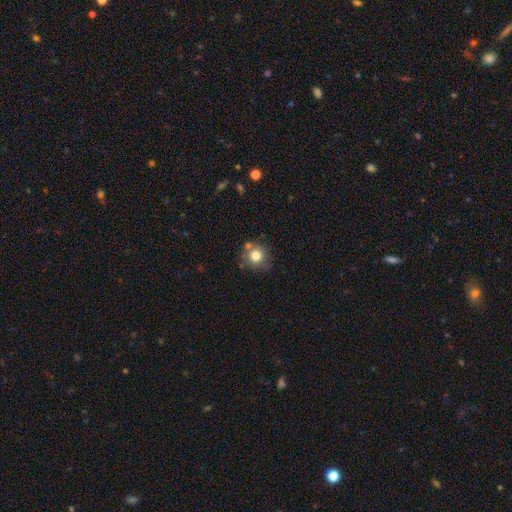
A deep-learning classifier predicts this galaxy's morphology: Smooth or featured? Predicted: smooth (p=0.78). How rounded? Predicted: round (p=0.89). Merging? Predicted: none (p=0.70).